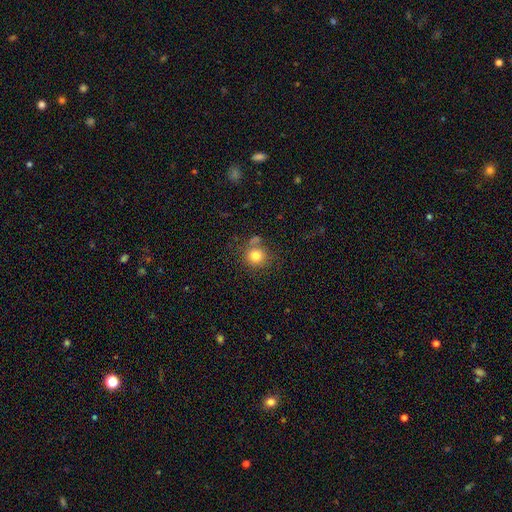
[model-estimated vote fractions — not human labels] smooth-or-featured: smooth: 80% | star or artifact: 12% | featured or disk: 9%
  how-rounded: round: 88% | in between: 12% | cigar-shaped: 1%
  merging: none: 69% | minor disturbance: 13% | merger: 13% | major disturbance: 5%